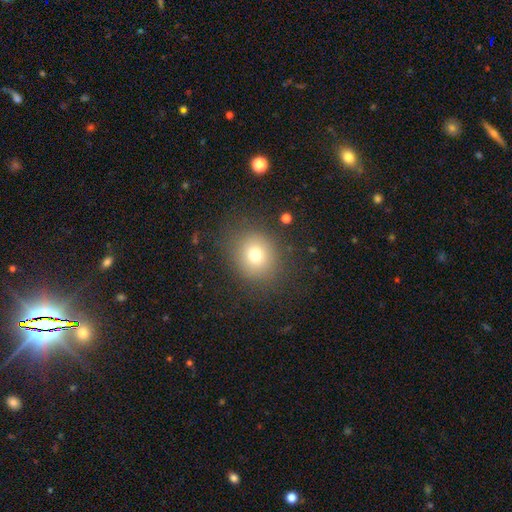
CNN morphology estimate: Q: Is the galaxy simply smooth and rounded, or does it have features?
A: smooth — 74%.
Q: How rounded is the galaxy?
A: round — 75%.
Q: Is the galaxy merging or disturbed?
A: none — 84%.